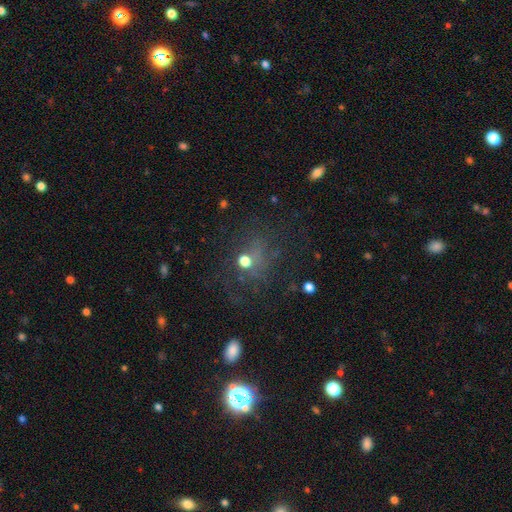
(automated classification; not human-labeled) Smooth or featured? star or artifact (44%)